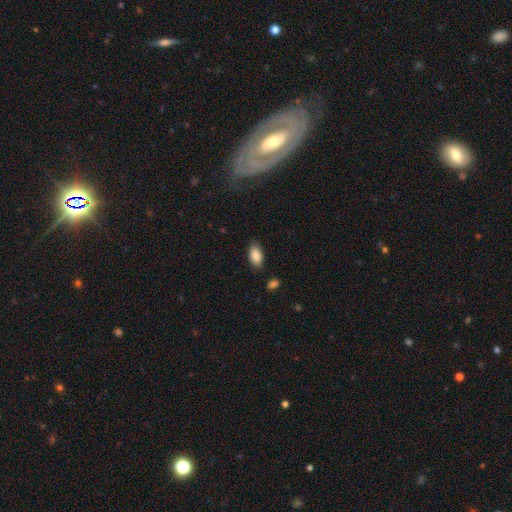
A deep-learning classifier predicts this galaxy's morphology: A smooth galaxy with no disk features (86%) that is in between round and cigar-shaped (94%).

Vote fractions:
- Smooth or featured? smooth: 86% / star or artifact: 7% / featured or disk: 6%
- How rounded? in between: 94% / round: 4% / cigar-shaped: 2%
- Merging? none: 85% / minor disturbance: 11% / major disturbance: 2% / merger: 2%